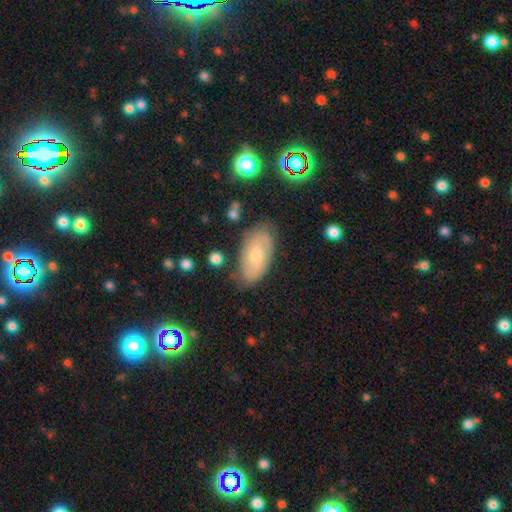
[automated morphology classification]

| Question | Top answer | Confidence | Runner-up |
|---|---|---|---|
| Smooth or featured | smooth | 48% | featured or disk (42%) |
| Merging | none | 76% | minor disturbance (17%) |